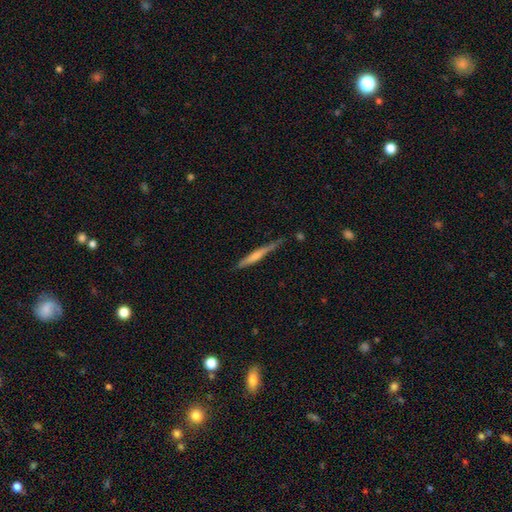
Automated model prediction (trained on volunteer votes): This is possibly a featured or disk galaxy (48%). Merging: likely none (74%).